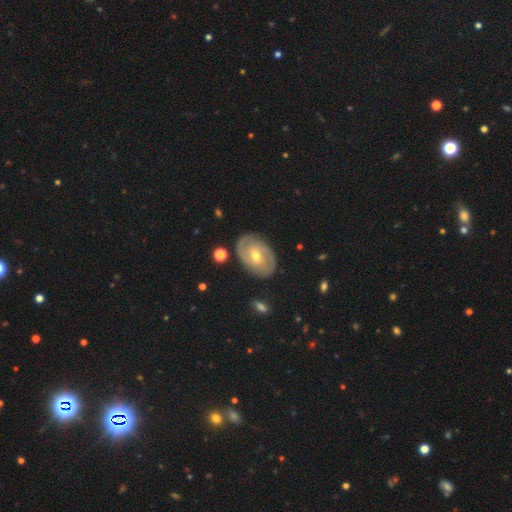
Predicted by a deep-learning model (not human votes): featured or disk 77%, smooth 18%, star or artifact 6%. Down the decision tree: edge-on disk — no (95%); bar — weak (48%); spiral arms — yes (86%); spiral arm count — 2 (68%); spiral winding — tight (50%); bulge size — moderate (59%); merging — none (82%).